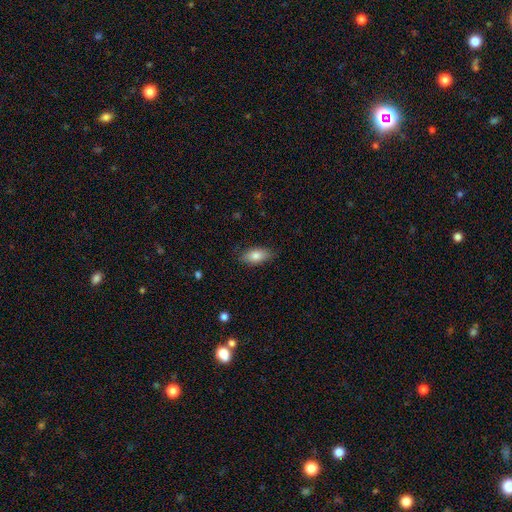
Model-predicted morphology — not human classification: smooth 82%, featured or disk 11%, star or artifact 7%. Down the decision tree: how rounded — in between (89%); merging — none (82%).